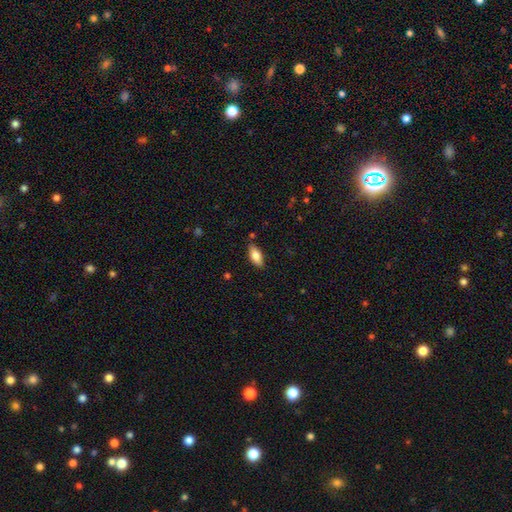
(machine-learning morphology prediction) A smooth galaxy with no disk features (80%) that is in between round and cigar-shaped (88%).

Vote fractions:
- Smooth or featured? smooth: 80% / featured or disk: 13% / star or artifact: 7%
- How rounded? in between: 88% / cigar-shaped: 10% / round: 2%
- Merging? none: 83% / minor disturbance: 12% / major disturbance: 2% / merger: 2%